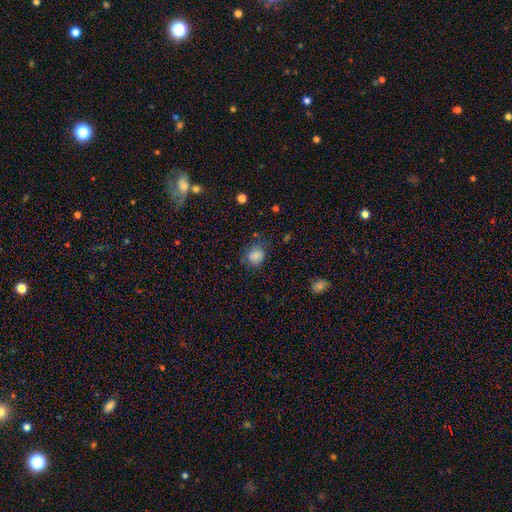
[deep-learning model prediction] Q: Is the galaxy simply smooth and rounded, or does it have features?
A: smooth — 82%.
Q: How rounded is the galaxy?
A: round — 59%.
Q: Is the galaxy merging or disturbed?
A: none — 64%.